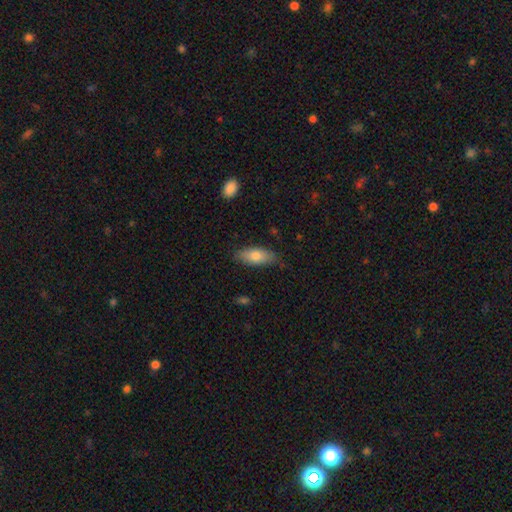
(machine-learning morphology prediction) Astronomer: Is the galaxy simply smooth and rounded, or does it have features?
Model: smooth — 78%.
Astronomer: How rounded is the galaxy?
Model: in between — 83%.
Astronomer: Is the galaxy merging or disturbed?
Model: none — 80%.